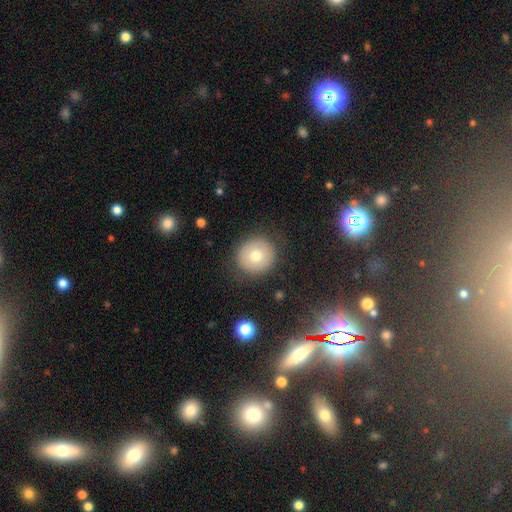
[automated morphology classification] smooth 73%, featured or disk 17%, star or artifact 10%. Down the decision tree: how rounded — round (90%); merging — none (85%).